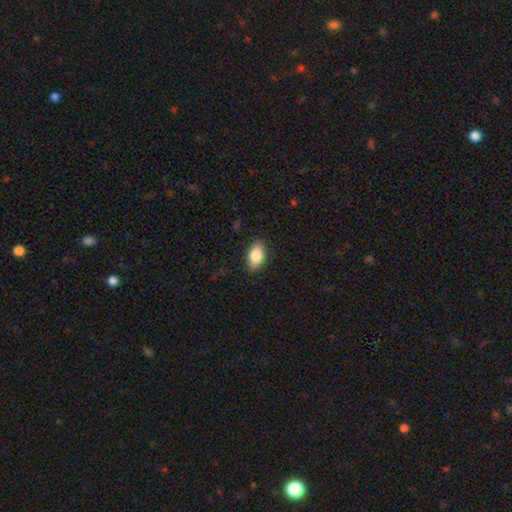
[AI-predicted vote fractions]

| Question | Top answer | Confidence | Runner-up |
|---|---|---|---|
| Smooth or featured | smooth | 86% | star or artifact (7%) |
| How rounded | in between | 92% | round (6%) |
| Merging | none | 87% | minor disturbance (10%) |